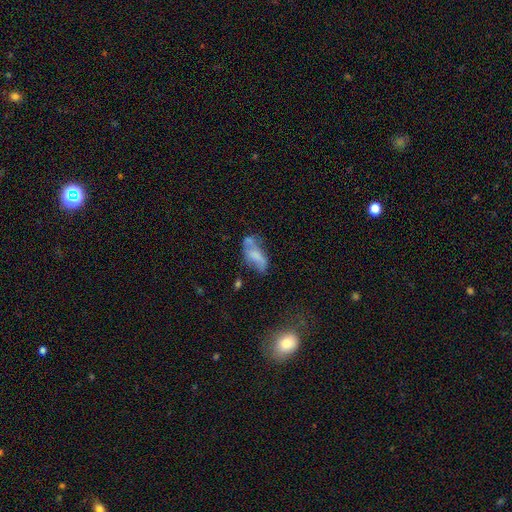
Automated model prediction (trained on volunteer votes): Smooth or featured? Predicted: smooth (p=0.55). How rounded? Predicted: in between (p=0.84). Merging? Predicted: none (p=0.32).